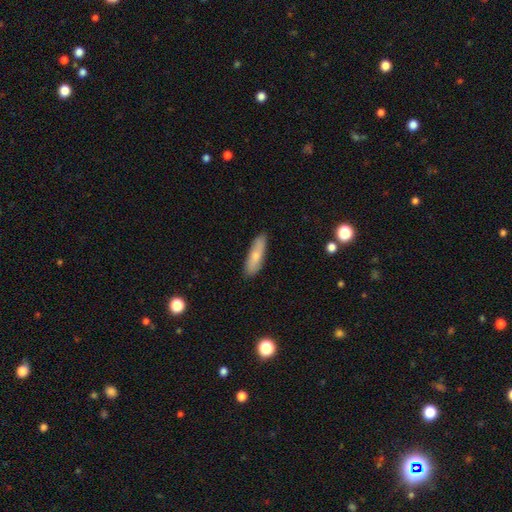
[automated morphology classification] A smooth galaxy with no disk features (75%) that is cigar-shaped (56%).

Vote fractions:
- Smooth or featured? smooth: 75% / featured or disk: 19% / star or artifact: 6%
- How rounded? cigar-shaped: 56% / in between: 42% / round: 2%
- Merging? none: 86% / minor disturbance: 11% / major disturbance: 2% / merger: 1%